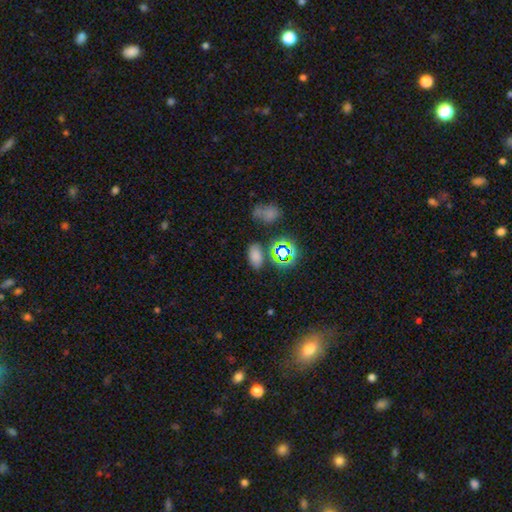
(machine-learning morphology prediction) smooth-or-featured: smooth: 69% | star or artifact: 24% | featured or disk: 7%
  how-rounded: in between: 88% | round: 9% | cigar-shaped: 2%
  merging: none: 74% | minor disturbance: 13% | merger: 8% | major disturbance: 5%